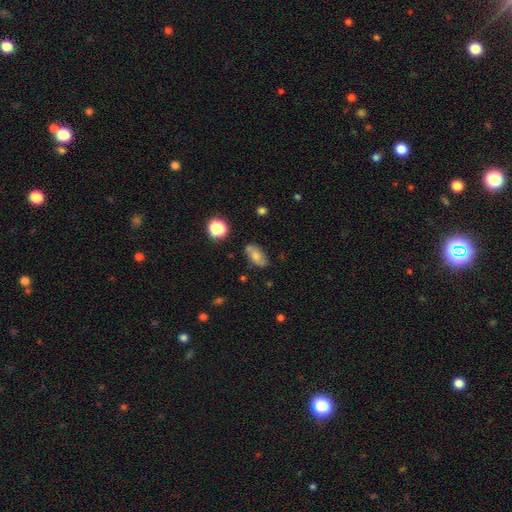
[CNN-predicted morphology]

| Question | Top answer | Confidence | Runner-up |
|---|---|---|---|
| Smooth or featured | smooth | 65% | featured or disk (25%) |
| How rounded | in between | 87% | round (8%) |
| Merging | none | 73% | minor disturbance (18%) |